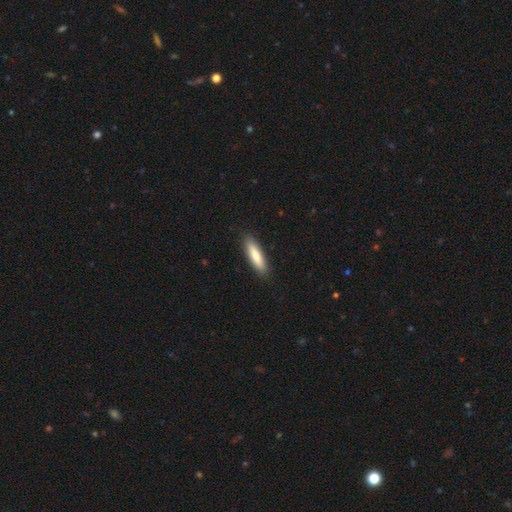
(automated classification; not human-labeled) smooth_or_featured: smooth (p=0.82) [alt: featured or disk p=0.13]
how_rounded: cigar-shaped (p=0.72) [alt: in between p=0.26]
merging: none (p=0.89) [alt: minor disturbance p=0.08]